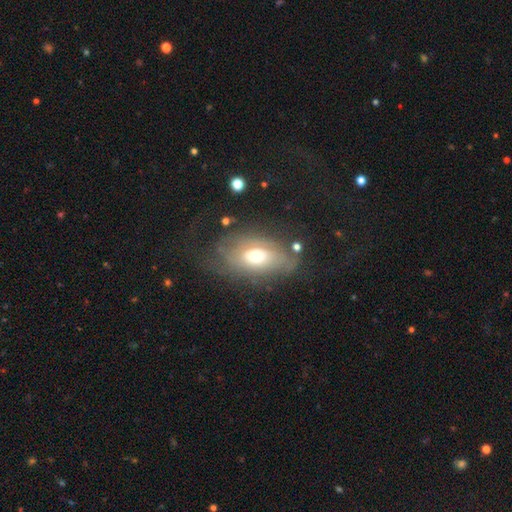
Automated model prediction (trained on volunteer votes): This is possibly a featured or disk galaxy (47%). Merging: possibly none (51%).